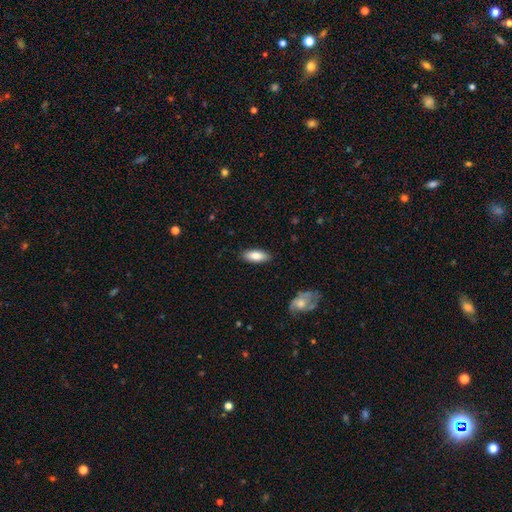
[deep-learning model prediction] Smooth or featured?
  - smooth: 83% *
  - featured or disk: 11%
  - star or artifact: 6%
How rounded?
  - in between: 78% *
  - cigar-shaped: 20%
  - round: 2%
Merging?
  - none: 88% *
  - minor disturbance: 9%
  - major disturbance: 2%
  - merger: 1%